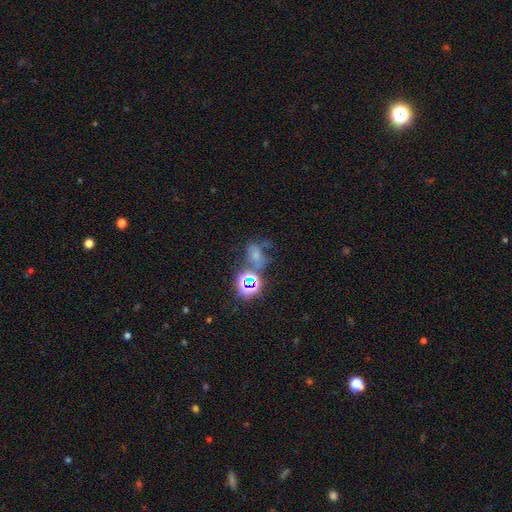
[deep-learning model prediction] A smooth galaxy with no disk features (44%).

Vote fractions:
- Smooth or featured? smooth: 44% / star or artifact: 39% / featured or disk: 18%
- Merging? none: 42% / merger: 21% / minor disturbance: 20% / major disturbance: 17%